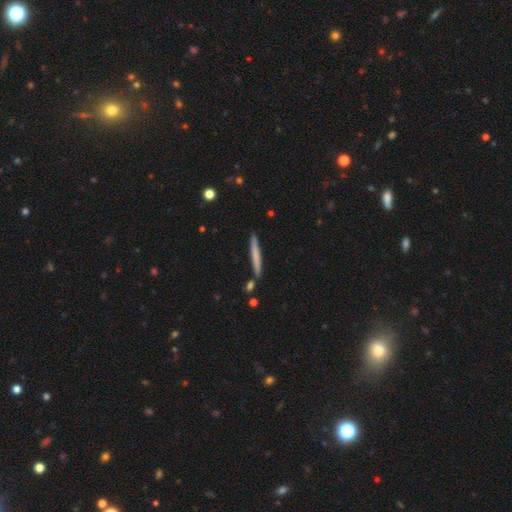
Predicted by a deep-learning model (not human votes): smooth-or-featured: smooth: 65% | featured or disk: 30% | star or artifact: 5%
  how-rounded: cigar-shaped: 97% | in between: 2% | round: 1%
  merging: none: 86% | minor disturbance: 8% | merger: 4% | major disturbance: 2%